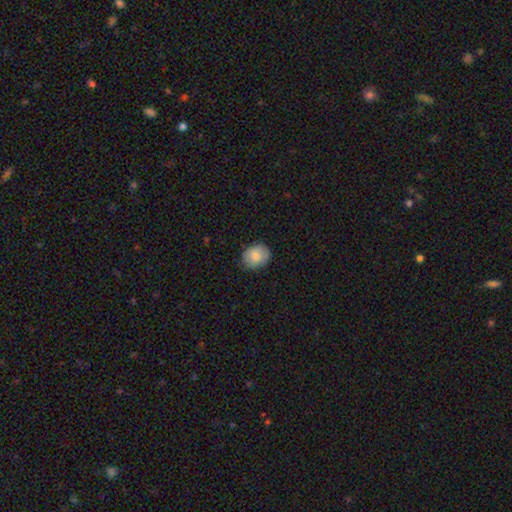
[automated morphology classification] Smooth or featured? smooth (82%)
How rounded? in between (56%)
Merging? none (82%)